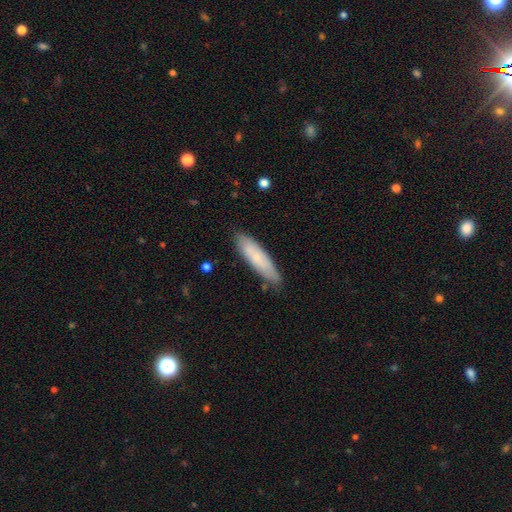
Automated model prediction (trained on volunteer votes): A smooth galaxy with no disk features (71%) that is cigar-shaped (66%). Merging: none (78%).